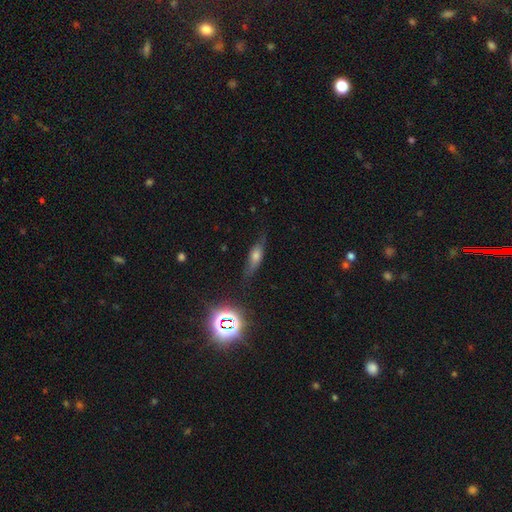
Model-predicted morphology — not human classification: Overall: smooth (48%; featured or disk 36%). Merging: none (72%).